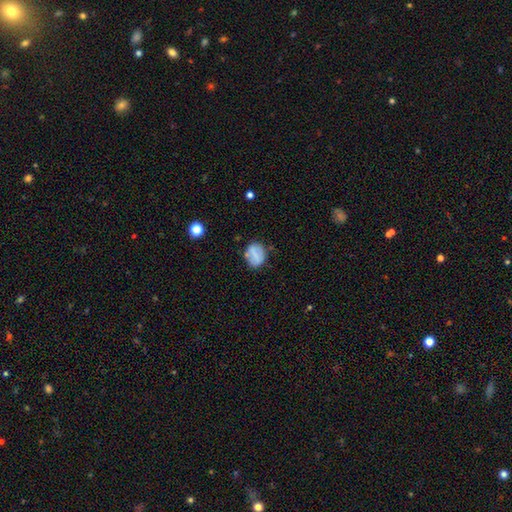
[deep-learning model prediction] This appears to be a smooth galaxy with no disk features (66%) that is in between round and cigar-shaped (52%). Merging: none (71%).